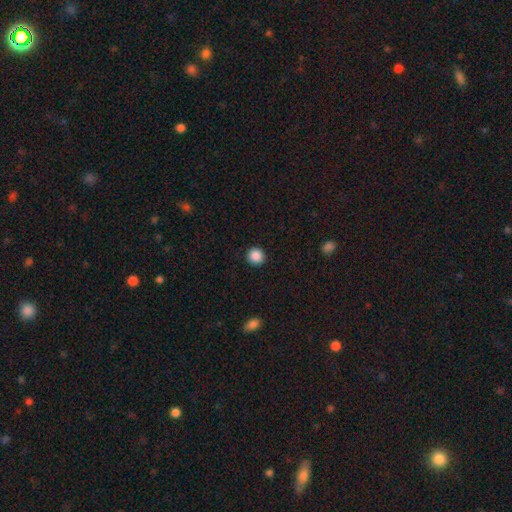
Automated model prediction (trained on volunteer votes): The model was most divided on "smooth or featured": smooth: 88%, star or artifact: 9%, featured or disk: 3%. More confident: how rounded — round (94%); merging — none (93%).